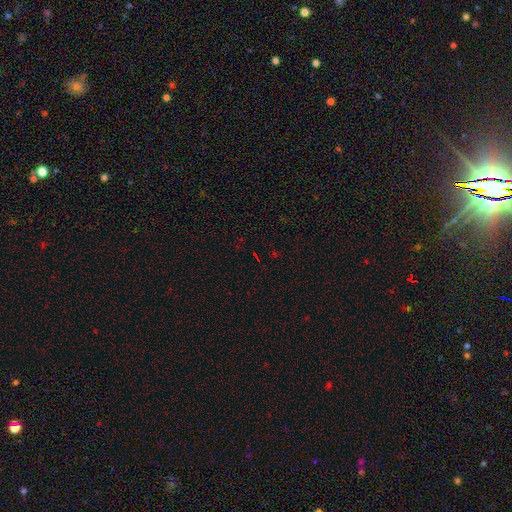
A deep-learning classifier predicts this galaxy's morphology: A star or artifact, not a galaxy (73%).

Vote fractions:
- Smooth or featured? star or artifact: 73% / smooth: 18% / featured or disk: 9%